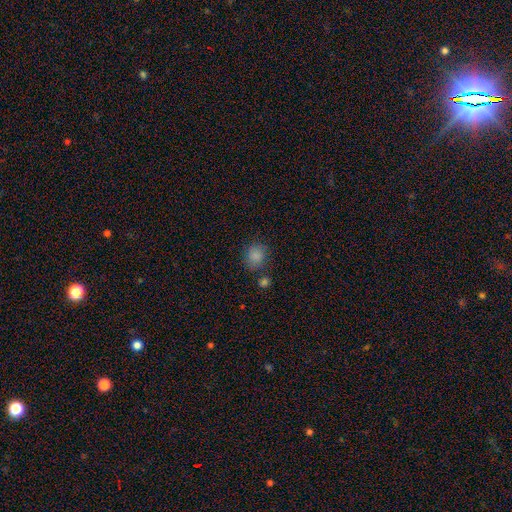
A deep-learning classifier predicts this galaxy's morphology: A smooth galaxy with no disk features (84%) that is round (75%).

Vote fractions:
- Smooth or featured? smooth: 84% / star or artifact: 11% / featured or disk: 4%
- How rounded? round: 75% / in between: 24% / cigar-shaped: 1%
- Merging? none: 76% / minor disturbance: 14% / merger: 6% / major disturbance: 5%